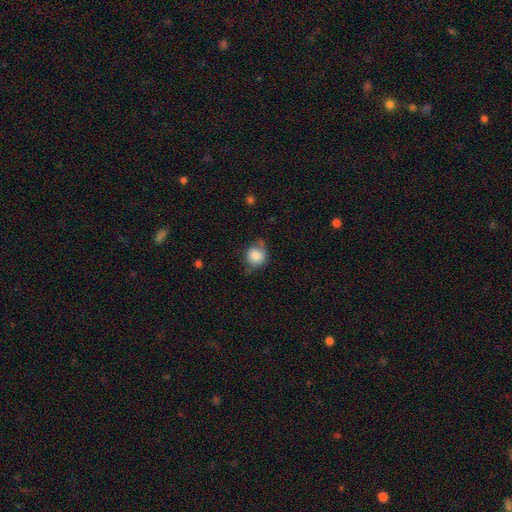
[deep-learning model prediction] Overall: smooth (82%). How rounded: round (80%). Merging: none (60%; minor disturbance 29%).